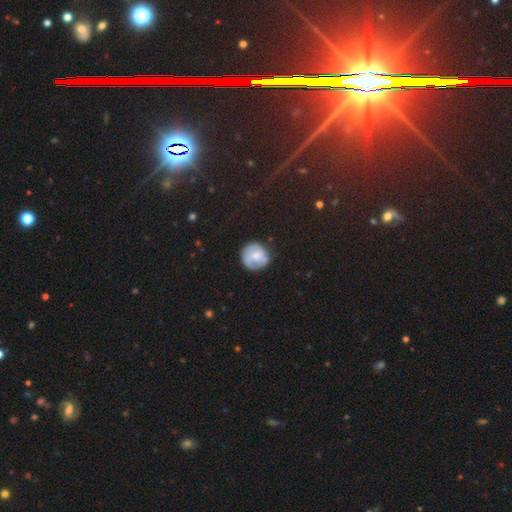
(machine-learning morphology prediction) Smooth or featured?
  - smooth: 57% *
  - featured or disk: 34%
  - star or artifact: 8%
How rounded?
  - round: 91% *
  - in between: 8%
  - cigar-shaped: 1%
Merging?
  - none: 71% *
  - minor disturbance: 21%
  - major disturbance: 7%
  - merger: 2%